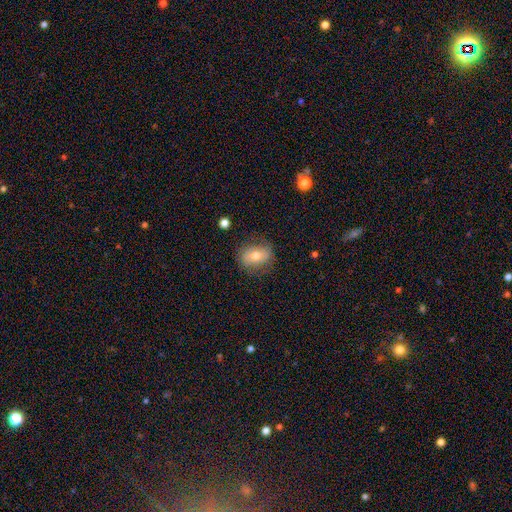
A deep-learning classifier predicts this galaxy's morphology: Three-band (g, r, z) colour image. It shows a smooth galaxy with no disk features (62%) that is in between round and cigar-shaped (55%). Merging: none (75%).